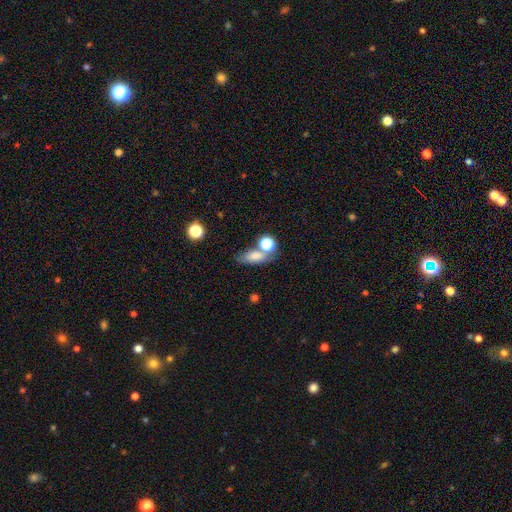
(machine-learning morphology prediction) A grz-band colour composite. It shows a smooth galaxy with no disk features (75%) that is in between round and cigar-shaped (71%). Merging: none (50%).